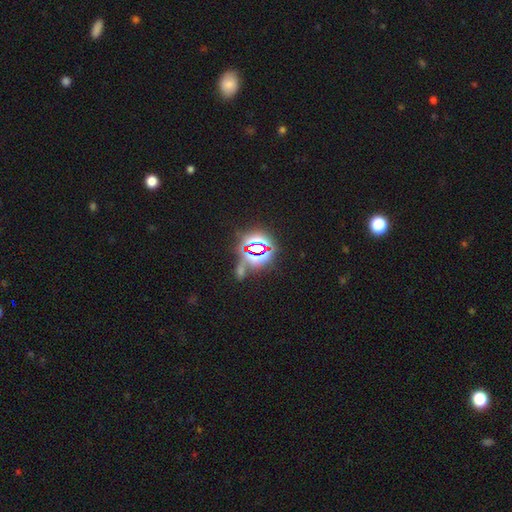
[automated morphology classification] Smooth or featured: star or artifact — 81% (smooth — 12%)